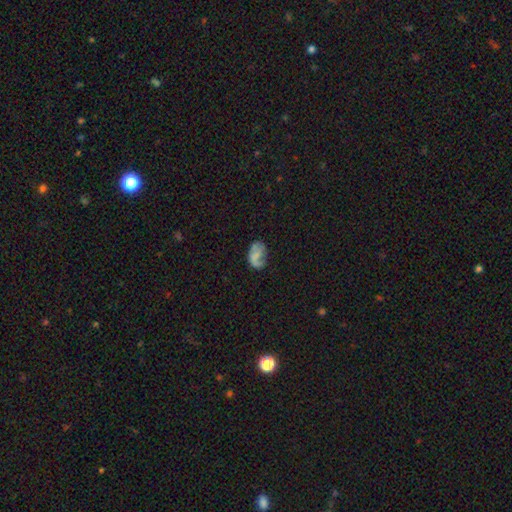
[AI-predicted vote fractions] Overall: smooth (50%; featured or disk 39%). How rounded: in between (85%). Merging: none (42%; minor disturbance 30%).